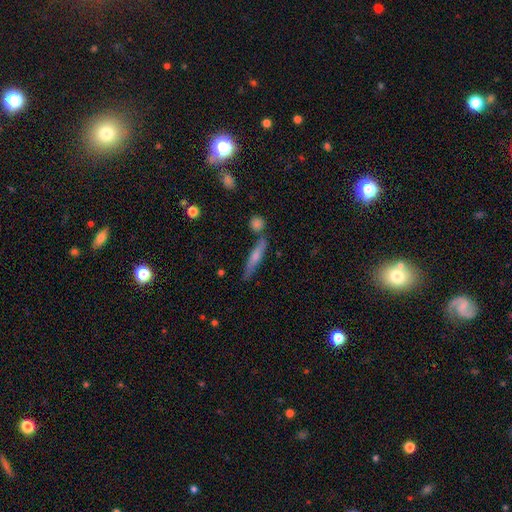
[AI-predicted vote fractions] Smooth or featured: smooth — 51% (featured or disk — 42%)
How rounded: cigar-shaped — 89% (in between — 9%)
Merging: none — 74% (minor disturbance — 13%)